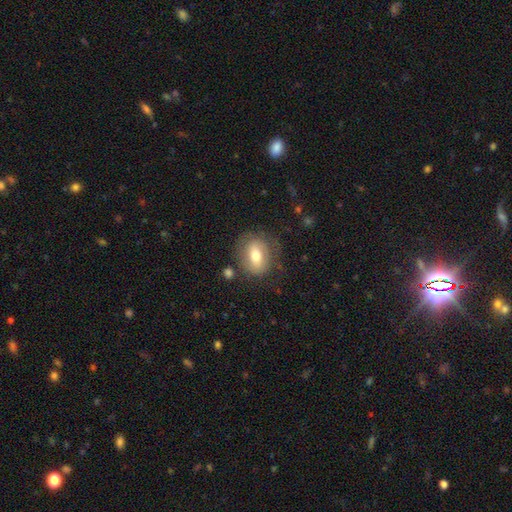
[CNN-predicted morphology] The model was most divided on "how rounded": in between: 57%, round: 41%, cigar-shaped: 2%. More confident: merging — none (70%); smooth or featured — smooth (61%).